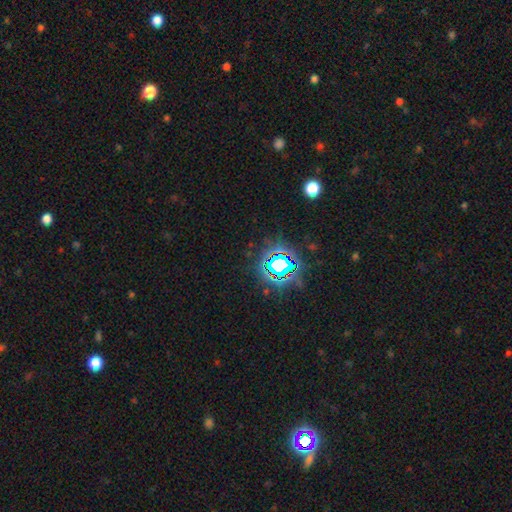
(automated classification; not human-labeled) A star or artifact, not a galaxy (81%).

Vote fractions:
- Smooth or featured? star or artifact: 81% / smooth: 12% / featured or disk: 7%